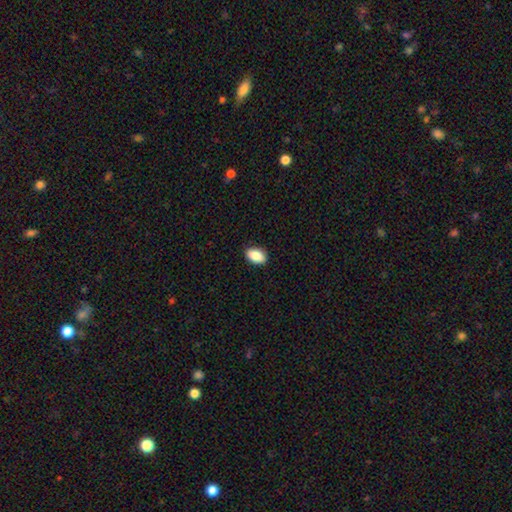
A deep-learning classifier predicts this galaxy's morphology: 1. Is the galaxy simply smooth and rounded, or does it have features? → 87% smooth, 7% star or artifact, 6% featured or disk.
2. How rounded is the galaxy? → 90% in between, 9% round, 1% cigar-shaped.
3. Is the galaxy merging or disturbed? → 88% none, 9% minor disturbance, 2% major disturbance, 1% merger.